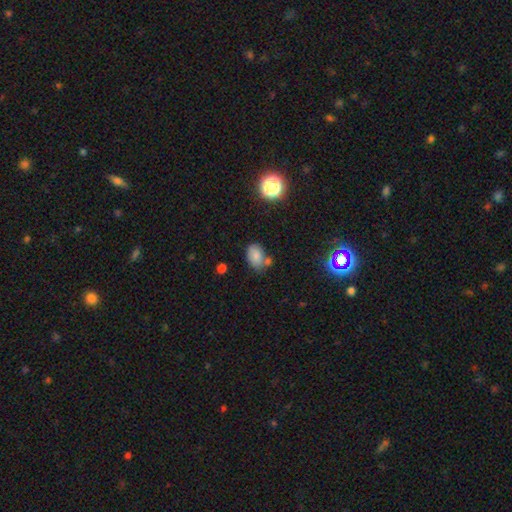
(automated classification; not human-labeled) Smooth or featured? Predicted: smooth (p=0.77). How rounded? Predicted: in between (p=0.82). Merging? Predicted: none (p=0.58).